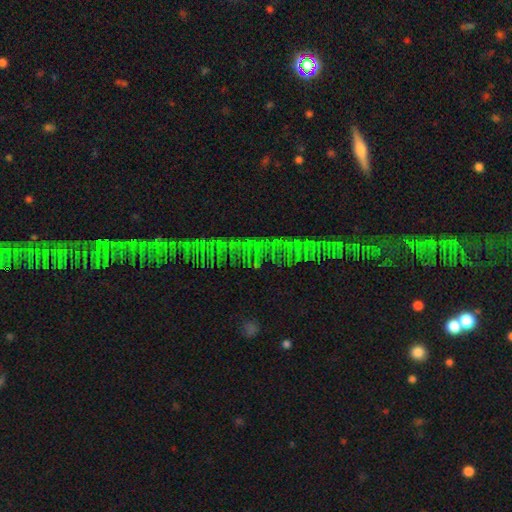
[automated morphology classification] The model was most divided on "smooth or featured": star or artifact: 72%, featured or disk: 17%, smooth: 11%.